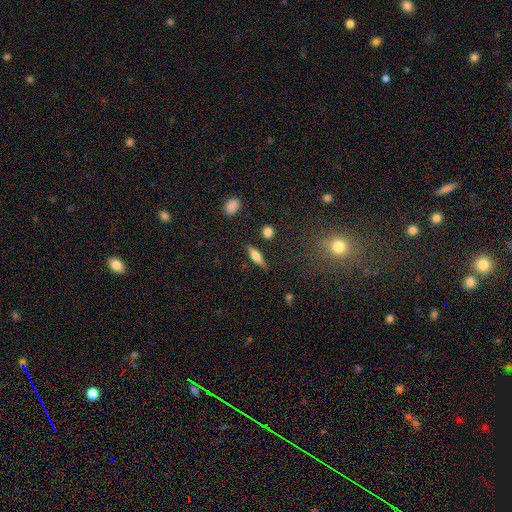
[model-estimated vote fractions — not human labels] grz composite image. It shows a smooth galaxy with no disk features (57%) that is cigar-shaped (61%). Merging: none (83%).